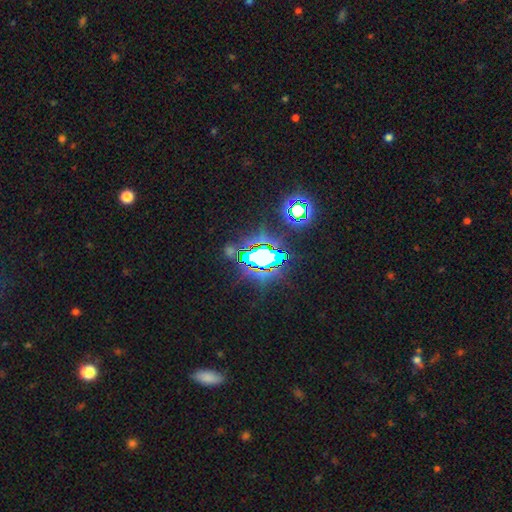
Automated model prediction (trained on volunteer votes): Smooth or featured: star or artifact — 71% (smooth — 16%)